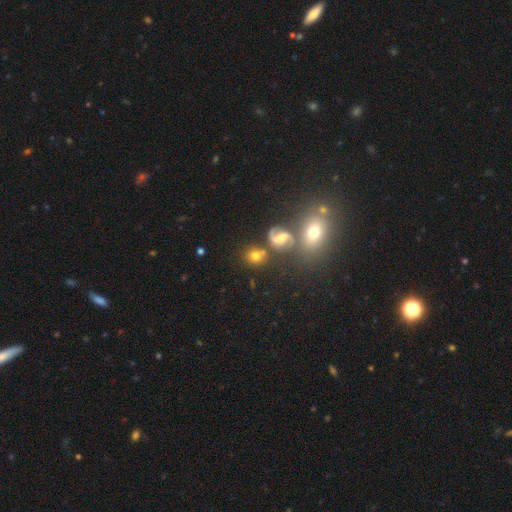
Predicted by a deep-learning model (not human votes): A smooth galaxy with no disk features (61%) that is round (77%). Merging: none (65%).